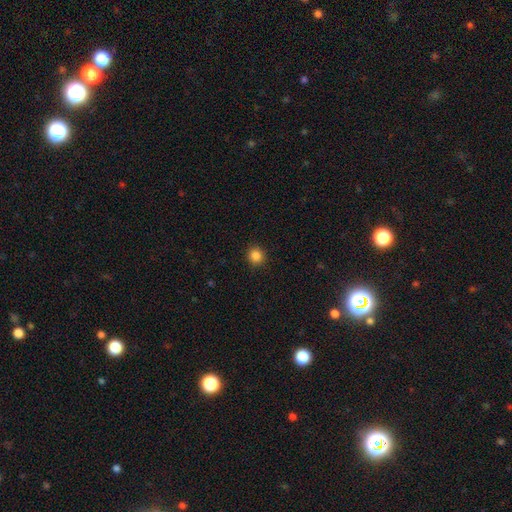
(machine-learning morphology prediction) Smooth or featured? Predicted: smooth (p=0.86). How rounded? Predicted: round (p=0.91). Merging? Predicted: none (p=0.92).